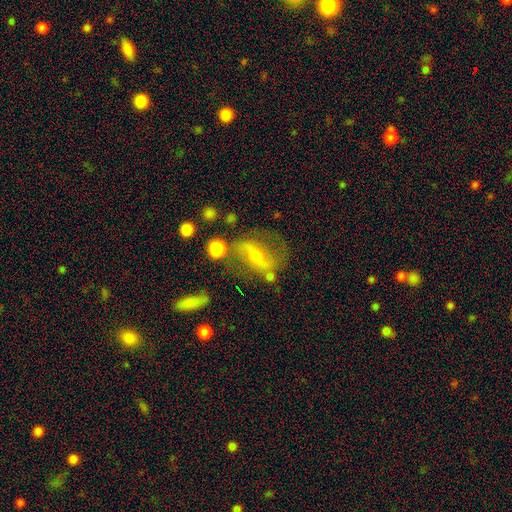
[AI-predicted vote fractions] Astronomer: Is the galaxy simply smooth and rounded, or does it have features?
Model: featured or disk — 69%.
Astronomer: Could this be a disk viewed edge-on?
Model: no — 93%.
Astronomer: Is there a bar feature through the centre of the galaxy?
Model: strong — 39% (runner-up: weak, 37%).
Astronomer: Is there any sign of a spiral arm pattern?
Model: yes — 84%.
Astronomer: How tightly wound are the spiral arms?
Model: loose — 54% (runner-up: medium, 35%).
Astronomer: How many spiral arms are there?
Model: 2 — 87%.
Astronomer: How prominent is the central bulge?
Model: small — 48% (runner-up: moderate, 39%).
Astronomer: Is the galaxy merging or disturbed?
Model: none — 59%.